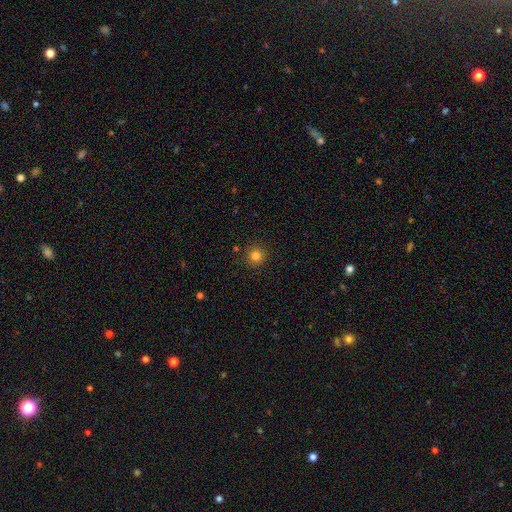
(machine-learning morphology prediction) Smooth or featured? smooth (81%)
How rounded? round (95%)
Merging? none (90%)